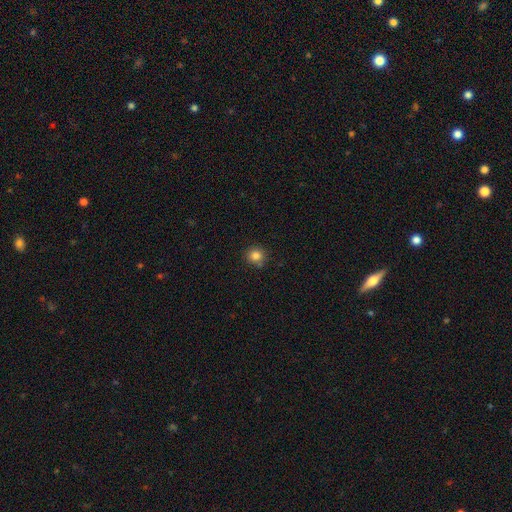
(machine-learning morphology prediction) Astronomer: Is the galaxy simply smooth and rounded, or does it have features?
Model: smooth — 83%.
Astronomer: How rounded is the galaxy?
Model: round — 92%.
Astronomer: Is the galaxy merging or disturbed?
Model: none — 83%.